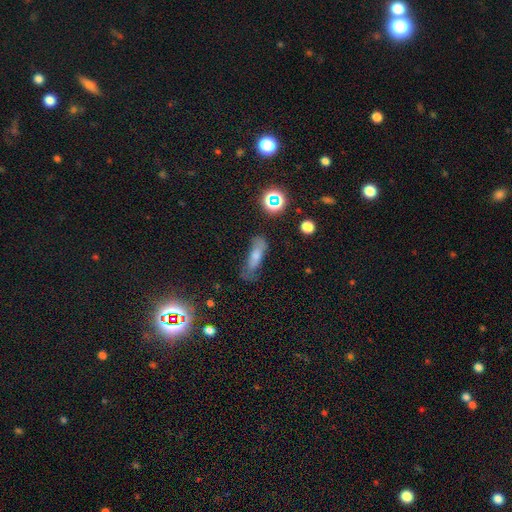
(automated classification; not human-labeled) smooth-or-featured: smooth: 54% | featured or disk: 28% | star or artifact: 18%
  how-rounded: cigar-shaped: 51% | in between: 44% | round: 5%
  merging: none: 55% | minor disturbance: 28% | major disturbance: 13% | merger: 3%